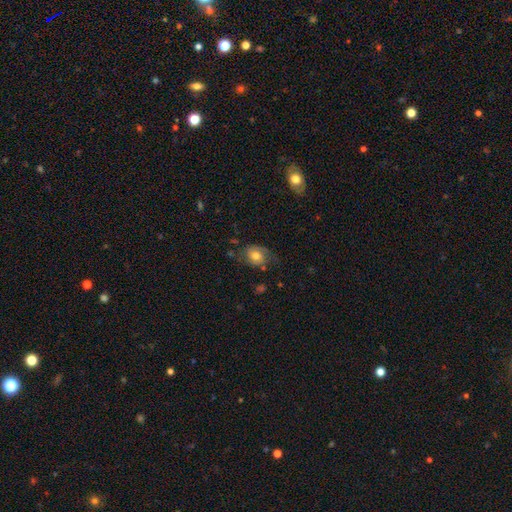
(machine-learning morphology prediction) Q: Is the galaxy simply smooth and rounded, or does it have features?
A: smooth — 47%.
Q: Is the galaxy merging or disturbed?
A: none — 57%.